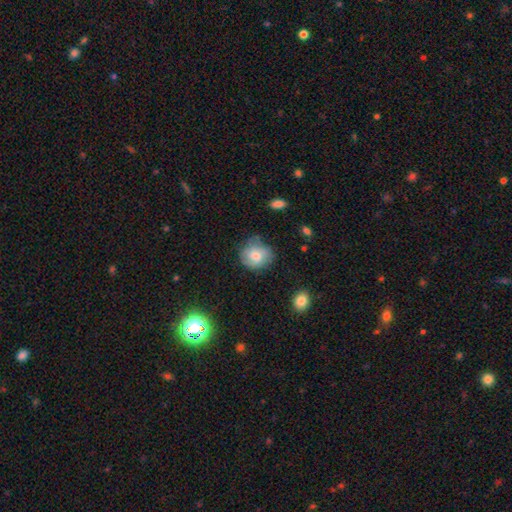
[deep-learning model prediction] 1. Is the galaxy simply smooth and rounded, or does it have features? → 64% smooth, 28% featured or disk, 8% star or artifact.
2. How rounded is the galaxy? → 79% round, 20% in between, 1% cigar-shaped.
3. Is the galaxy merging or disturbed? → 65% none, 26% minor disturbance, 7% major disturbance, 2% merger.